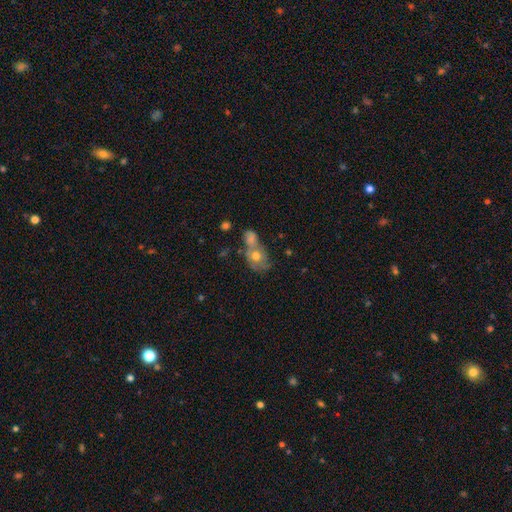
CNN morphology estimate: This is possibly a smooth galaxy (47%). Merging: possibly merger (53%).